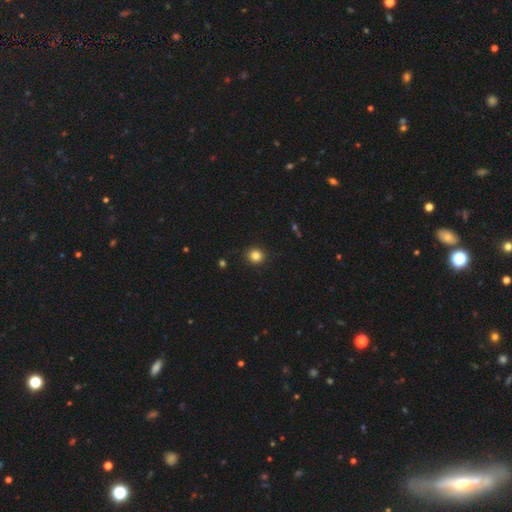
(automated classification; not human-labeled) A smooth galaxy with no disk features (84%) that is round (88%). Merging: none (90%).